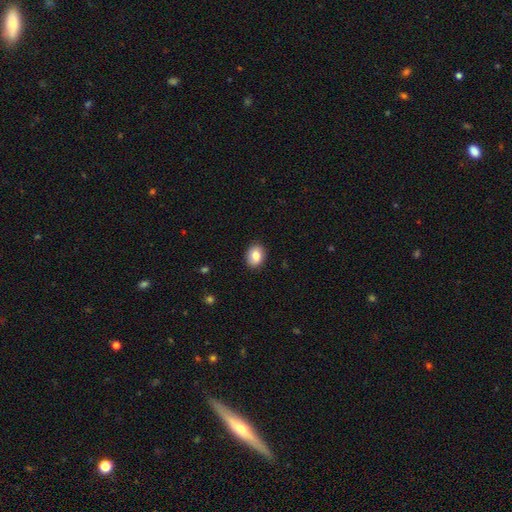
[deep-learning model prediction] Overall: smooth (83%). How rounded: in between (71%). Merging: none (88%).